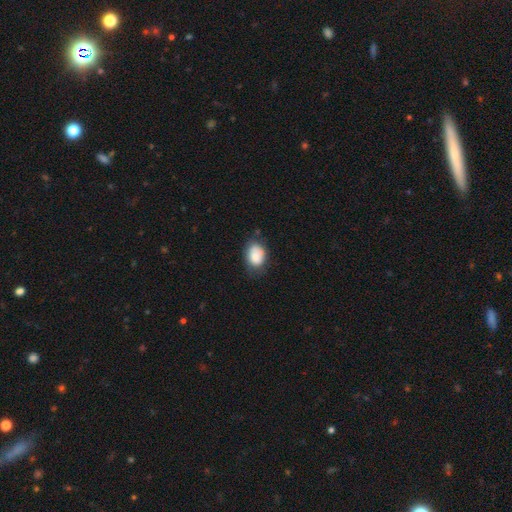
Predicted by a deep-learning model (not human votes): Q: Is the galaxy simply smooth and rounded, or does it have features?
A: smooth — 83%.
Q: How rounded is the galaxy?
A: in between — 73%.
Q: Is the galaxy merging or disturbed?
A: none — 62%.